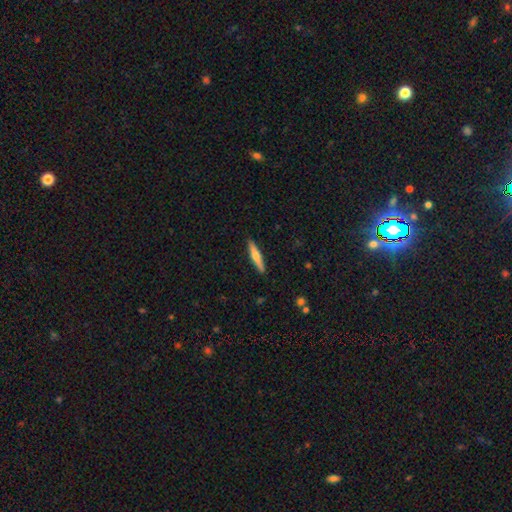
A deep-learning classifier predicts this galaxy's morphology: Smooth or featured?
  - smooth: 54% *
  - featured or disk: 40%
  - star or artifact: 6%
How rounded?
  - cigar-shaped: 89% *
  - in between: 9%
  - round: 2%
Merging?
  - none: 90% *
  - minor disturbance: 7%
  - major disturbance: 2%
  - merger: 1%